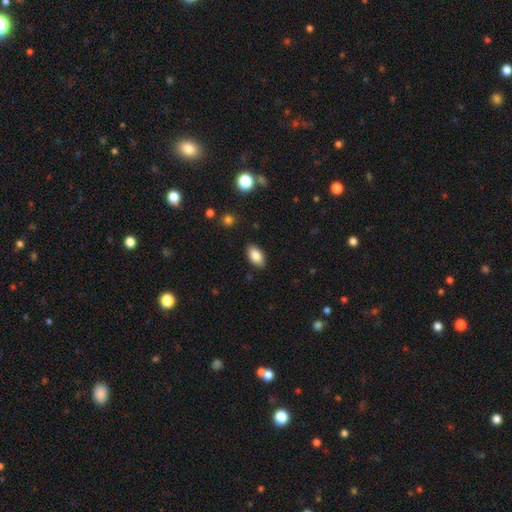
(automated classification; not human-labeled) smooth_or_featured: smooth (p=0.84) [alt: featured or disk p=0.08]
how_rounded: in between (p=0.93) [alt: round p=0.05]
merging: none (p=0.87) [alt: minor disturbance p=0.09]